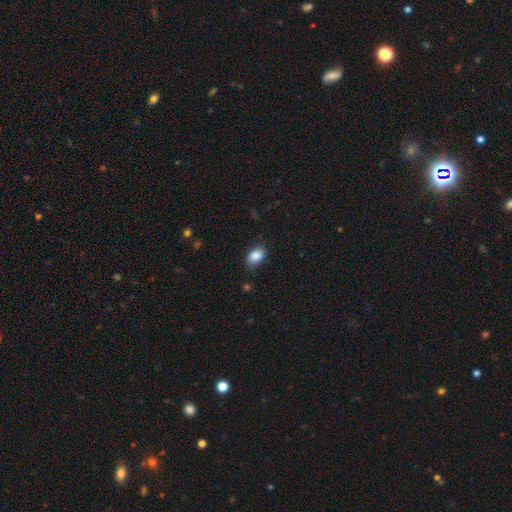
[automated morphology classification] The model was most divided on "merging": none: 79%, minor disturbance: 16%, major disturbance: 3%, merger: 1%. More confident: smooth or featured — smooth (88%); how rounded — in between (84%).